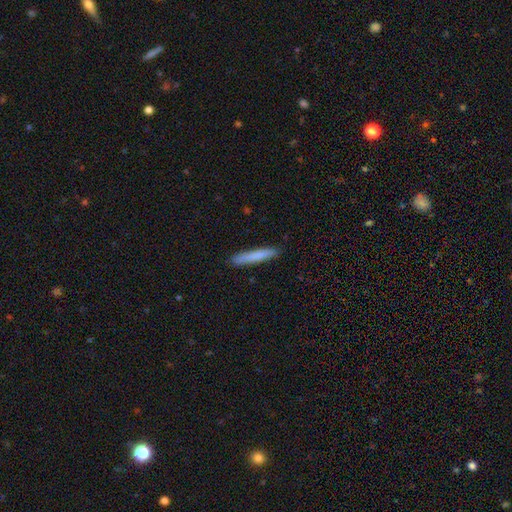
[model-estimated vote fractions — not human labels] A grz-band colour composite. It shows a smooth galaxy with no disk features (79%) that is cigar-shaped (95%). Merging: none (91%).